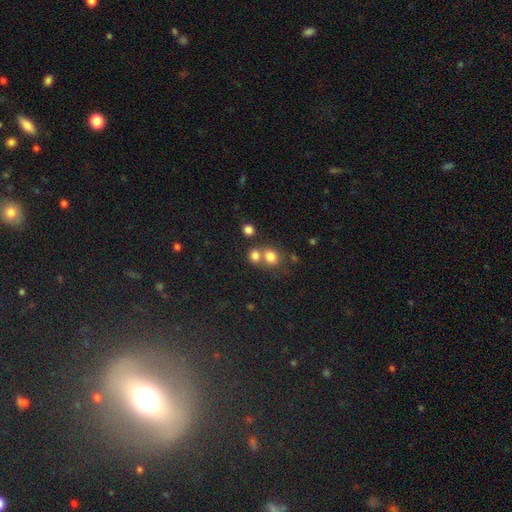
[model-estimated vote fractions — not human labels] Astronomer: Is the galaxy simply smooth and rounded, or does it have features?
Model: smooth — 78%.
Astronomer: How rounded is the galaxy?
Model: round — 71%.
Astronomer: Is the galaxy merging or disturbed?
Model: none — 46% (runner-up: merger, 43%).